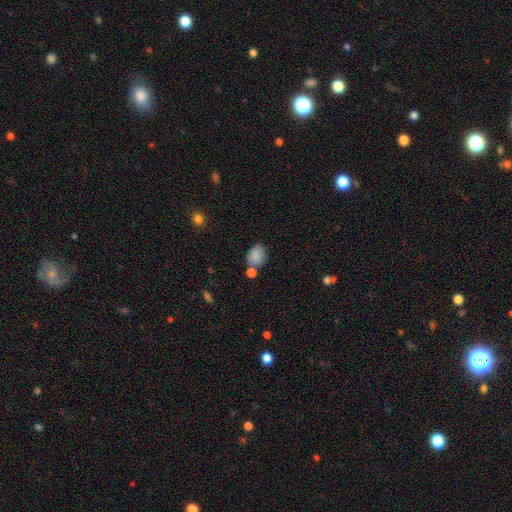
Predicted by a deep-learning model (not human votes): A smooth galaxy with no disk features (85%) that is in between round and cigar-shaped (59%).

Vote fractions:
- Smooth or featured? smooth: 85% / star or artifact: 8% / featured or disk: 7%
- How rounded? in between: 59% / round: 40% / cigar-shaped: 1%
- Merging? none: 63% / minor disturbance: 18% / merger: 15% / major disturbance: 5%